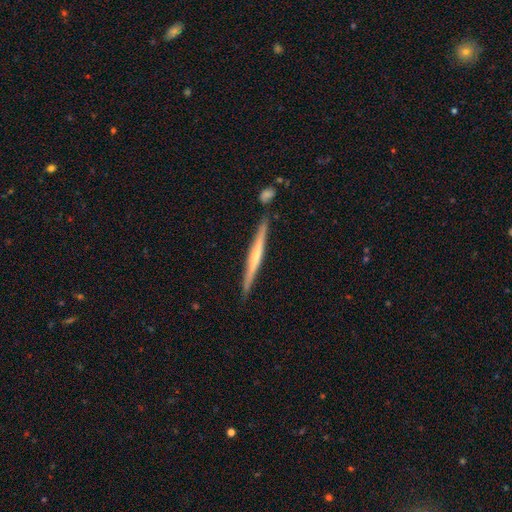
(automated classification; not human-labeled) This appears to be a featured or disk galaxy (64%) viewed edge-on (97%) with a rounded central bulge (52%). Merging: none (84%).